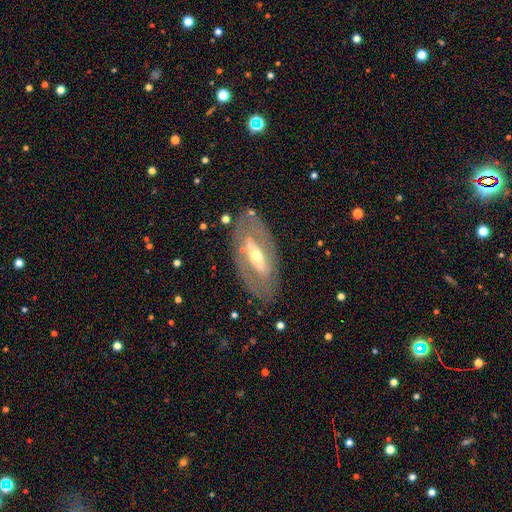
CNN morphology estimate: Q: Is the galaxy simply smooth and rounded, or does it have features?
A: featured or disk — 72%.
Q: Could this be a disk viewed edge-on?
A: no — 82%.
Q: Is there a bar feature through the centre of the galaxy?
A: strong — 43%.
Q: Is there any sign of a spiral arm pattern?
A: no — 69%.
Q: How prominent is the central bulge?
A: moderate — 56%.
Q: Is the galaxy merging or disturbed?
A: none — 78%.